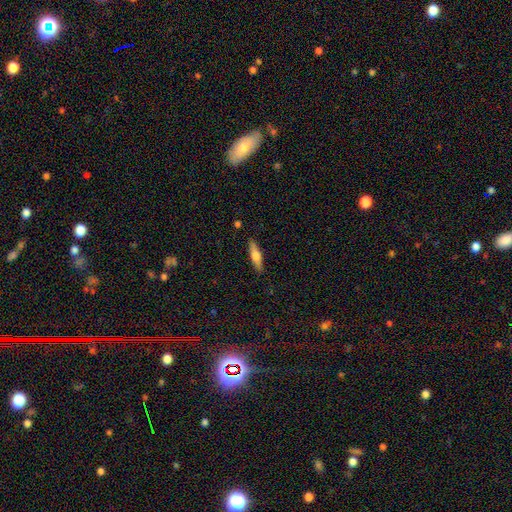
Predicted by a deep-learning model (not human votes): smooth_or_featured: smooth (p=0.55) [alt: featured or disk p=0.39]
how_rounded: cigar-shaped (p=0.73) [alt: in between p=0.25]
merging: none (p=0.89) [alt: minor disturbance p=0.08]